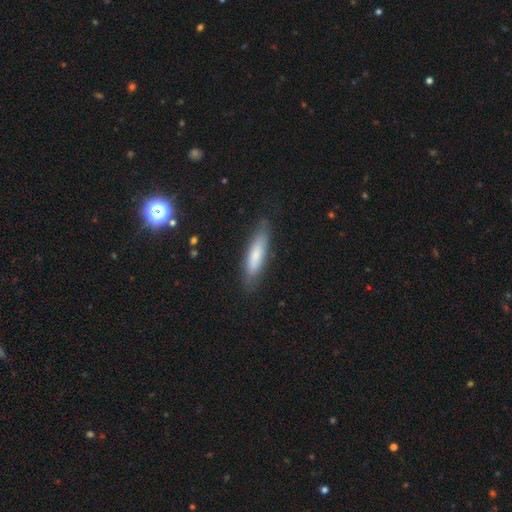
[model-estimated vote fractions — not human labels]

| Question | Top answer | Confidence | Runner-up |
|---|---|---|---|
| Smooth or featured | smooth | 73% | featured or disk (21%) |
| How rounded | cigar-shaped | 68% | in between (31%) |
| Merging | none | 80% | minor disturbance (15%) |